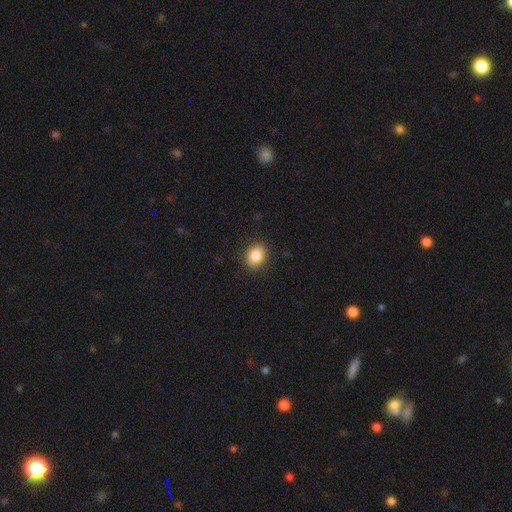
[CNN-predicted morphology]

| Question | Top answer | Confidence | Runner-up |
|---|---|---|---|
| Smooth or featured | smooth | 86% | star or artifact (9%) |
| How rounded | in between | 51% | round (48%) |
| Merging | none | 89% | minor disturbance (8%) |